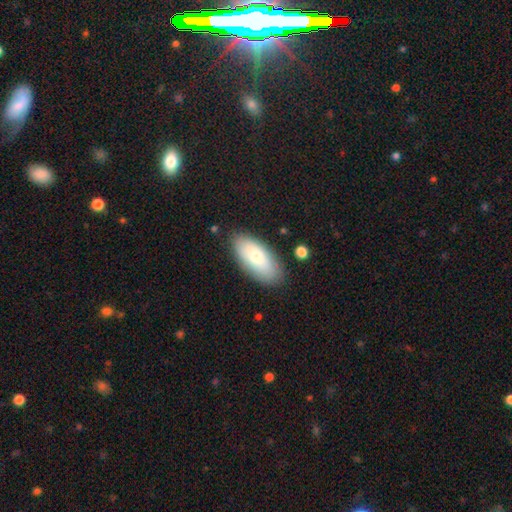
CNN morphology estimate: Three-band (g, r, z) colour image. It shows a smooth galaxy with no disk features (72%) that is in between round and cigar-shaped (90%). Merging: none (84%).